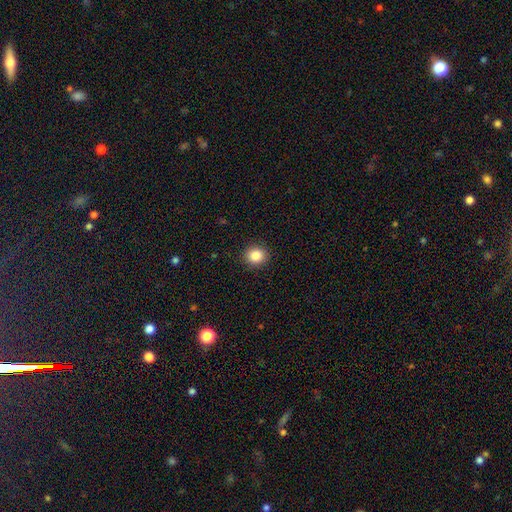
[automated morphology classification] type=smooth (85%); roundness=round (82%); merging=none (91%).